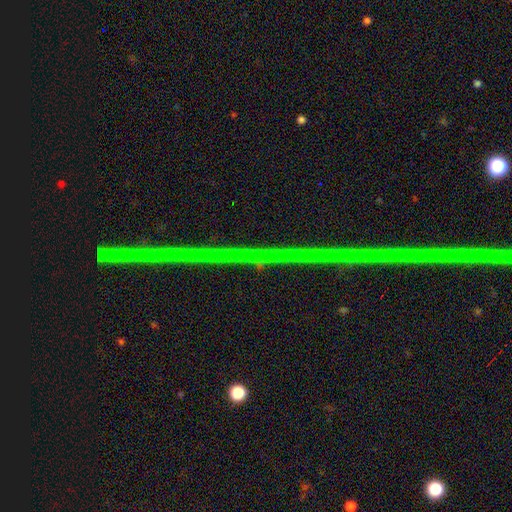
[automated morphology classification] star or artifact 89%, featured or disk 7%, smooth 4%.